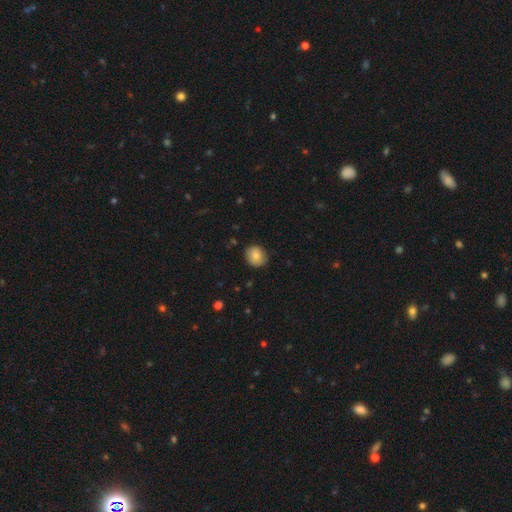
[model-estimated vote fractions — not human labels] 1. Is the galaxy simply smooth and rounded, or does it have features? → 81% smooth, 10% featured or disk, 8% star or artifact.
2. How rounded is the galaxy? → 74% round, 25% in between, 1% cigar-shaped.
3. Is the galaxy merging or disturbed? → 85% none, 11% minor disturbance, 2% major disturbance, 1% merger.